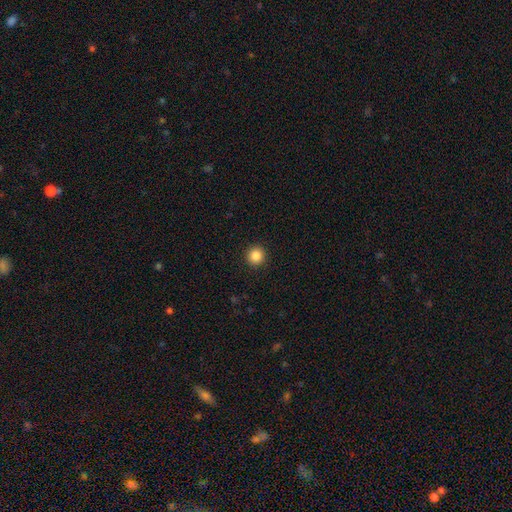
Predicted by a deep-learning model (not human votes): smooth-or-featured: smooth: 86% | star or artifact: 10% | featured or disk: 3%
  how-rounded: round: 94% | in between: 5% | cigar-shaped: 1%
  merging: none: 93% | minor disturbance: 5% | major disturbance: 2% | merger: 1%